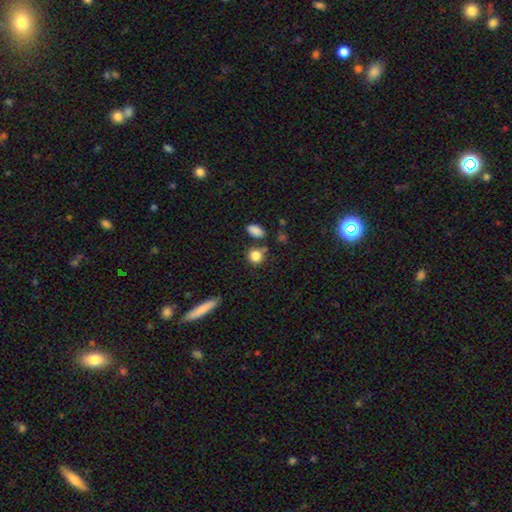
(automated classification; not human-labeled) Overall: smooth (85%). How rounded: round (76%). Merging: none (70%).